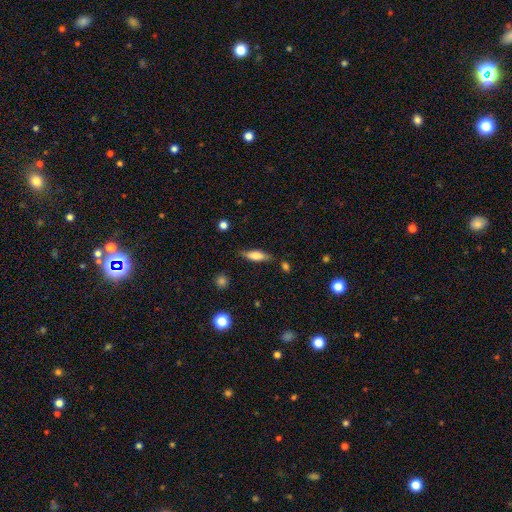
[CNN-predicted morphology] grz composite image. It shows a smooth galaxy with no disk features (65%) that is cigar-shaped (51%). Merging: none (79%).